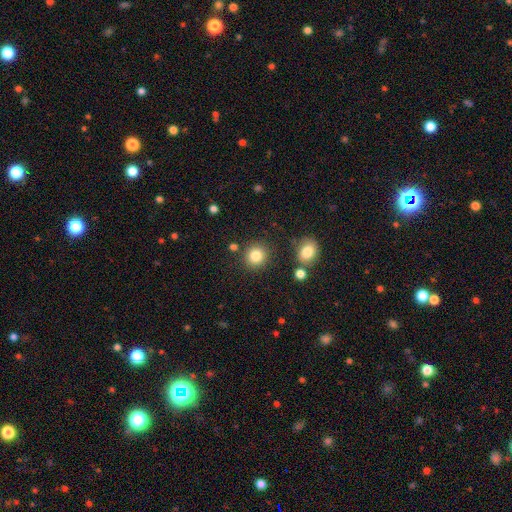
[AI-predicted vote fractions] This appears to be a smooth galaxy with no disk features (83%) that is round (90%). Merging: none (86%).